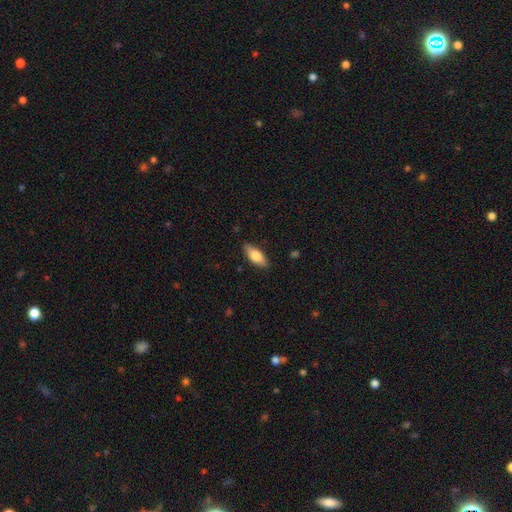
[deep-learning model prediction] Overall: smooth (71%). How rounded: in between (78%). Merging: none (86%).